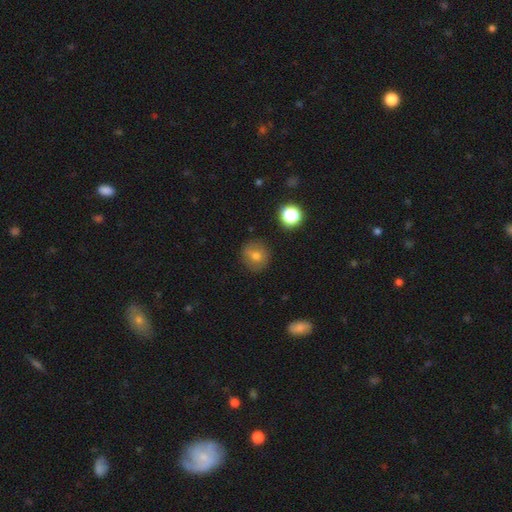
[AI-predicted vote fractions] smooth_or_featured: smooth (p=0.68) [alt: featured or disk p=0.18]
how_rounded: round (p=0.86) [alt: in between p=0.13]
merging: none (p=0.80) [alt: minor disturbance p=0.12]